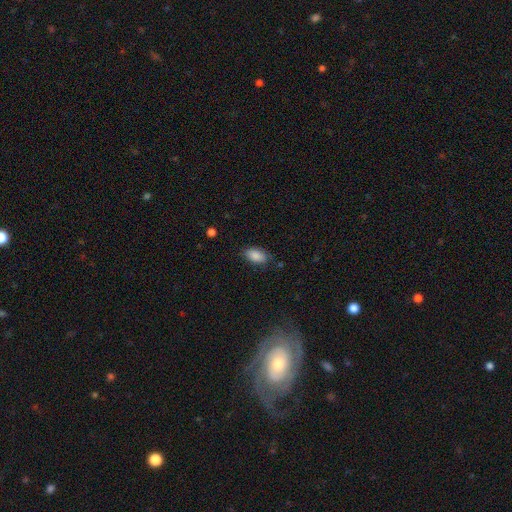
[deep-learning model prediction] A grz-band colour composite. It shows a smooth galaxy with no disk features (88%) that is in between round and cigar-shaped (93%). Merging: none (80%).